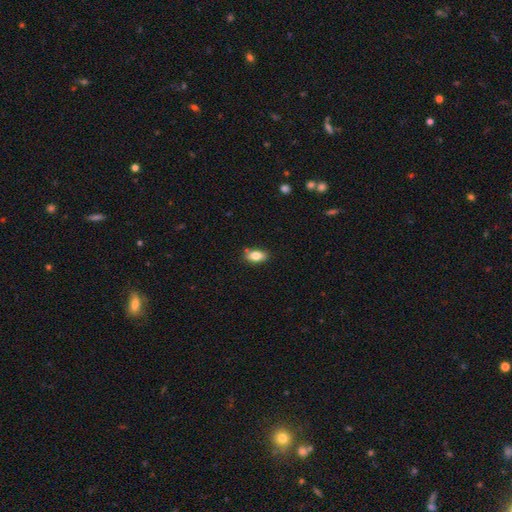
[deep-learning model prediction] Smooth or featured? smooth (82%)
How rounded? in between (88%)
Merging? none (81%)